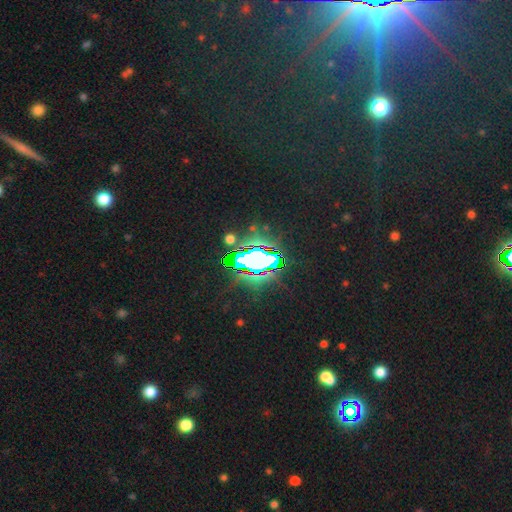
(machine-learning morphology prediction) star or artifact 82%, smooth 10%, featured or disk 8%.